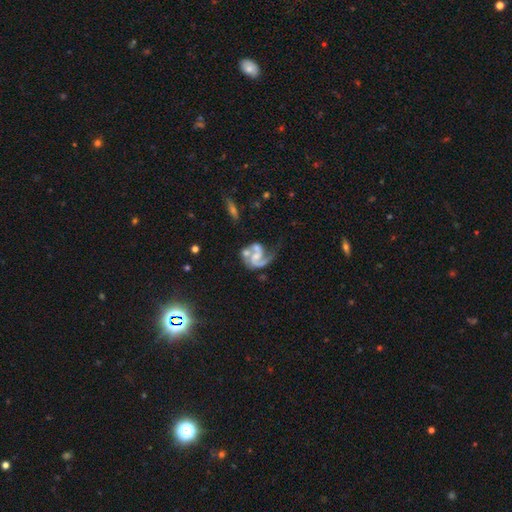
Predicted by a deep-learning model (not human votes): Overall: featured or disk (83%). Edge-on disk: no (98%). Bar: no (51%; weak 36%). Spiral arms: yes (92%). Spiral arm count: 2 (64%; 1 26%). Spiral winding: medium (48%; loose 32%). Bulge size: small (38%; moderate 35%). Merging: merger (33%; none 29%).